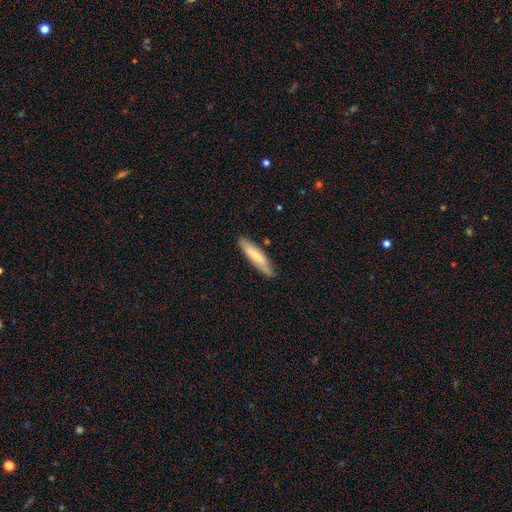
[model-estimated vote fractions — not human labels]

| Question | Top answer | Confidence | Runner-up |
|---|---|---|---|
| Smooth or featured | smooth | 65% | featured or disk (29%) |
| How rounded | cigar-shaped | 78% | in between (20%) |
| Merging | none | 81% | minor disturbance (15%) |